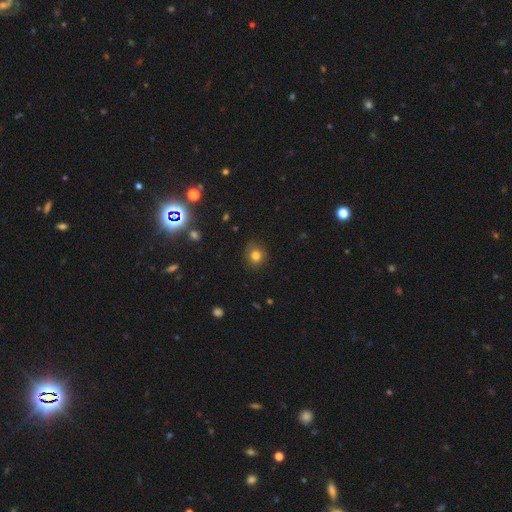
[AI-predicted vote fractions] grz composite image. It shows a smooth galaxy with no disk features (80%) that is round (83%). Merging: none (86%).